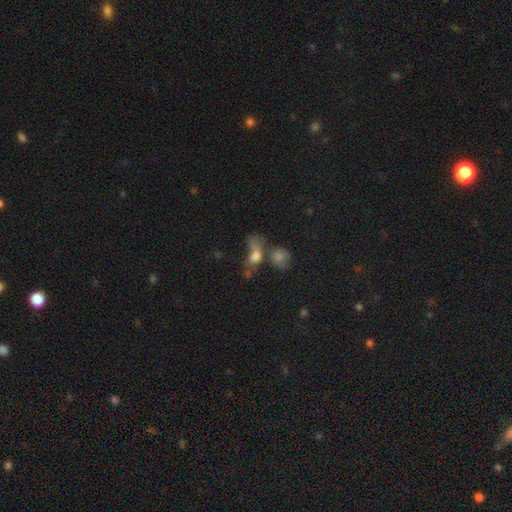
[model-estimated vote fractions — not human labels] The model was most divided on "merging": merger: 50%, none: 21%, major disturbance: 18%, minor disturbance: 11%. More confident: smooth or featured — smooth (69%); how rounded — in between (61%).